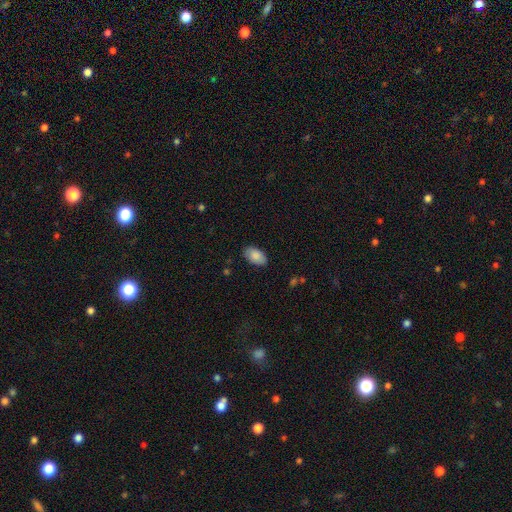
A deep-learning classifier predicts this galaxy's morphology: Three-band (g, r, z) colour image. It shows a smooth galaxy with no disk features (87%) that is in between round and cigar-shaped (94%). Merging: none (84%).